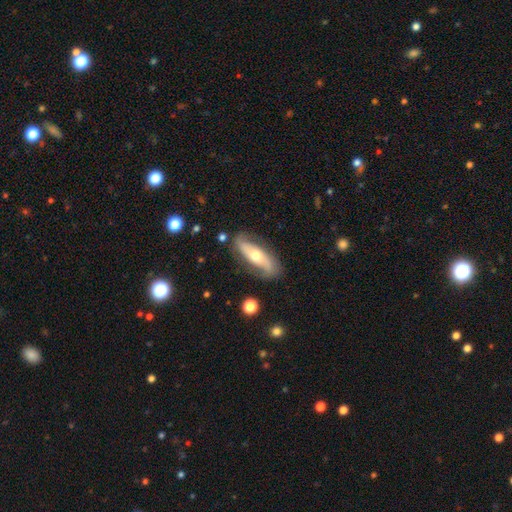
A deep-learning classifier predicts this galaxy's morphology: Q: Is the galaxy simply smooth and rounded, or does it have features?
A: featured or disk — 57%.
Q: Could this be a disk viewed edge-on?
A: no — 68%.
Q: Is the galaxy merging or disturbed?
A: none — 75%.